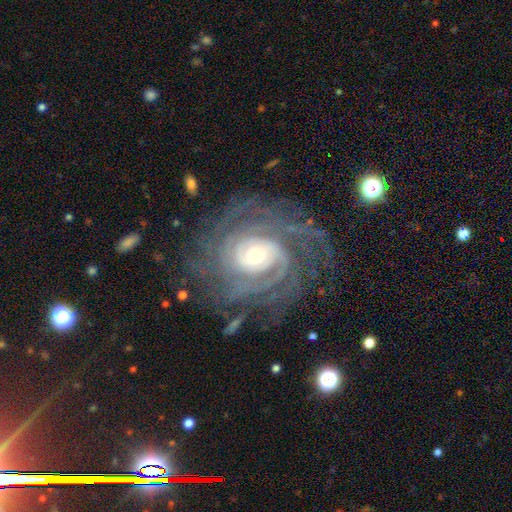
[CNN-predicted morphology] Smooth or featured? featured or disk (91%)
Edge-on disk? no (97%)
Bar? no (62%)
Spiral arms? yes (98%)
Spiral winding? tight (73%)
Spiral arm count? can't tell (25%)
Bulge size? moderate (50%)
Merging? none (72%)